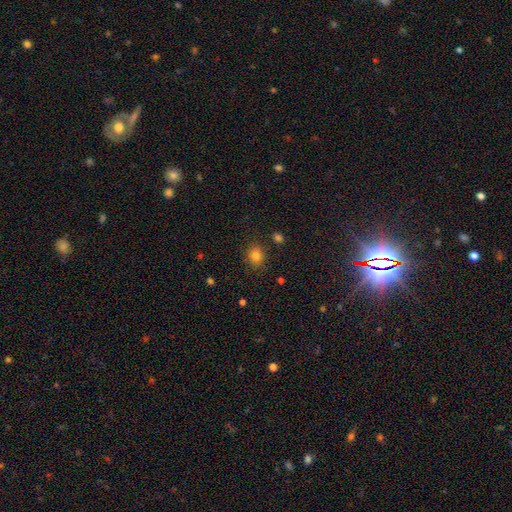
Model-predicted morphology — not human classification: The model was most divided on "how rounded": round: 67%, in between: 32%, cigar-shaped: 1%. More confident: merging — none (85%); smooth or featured — smooth (82%).